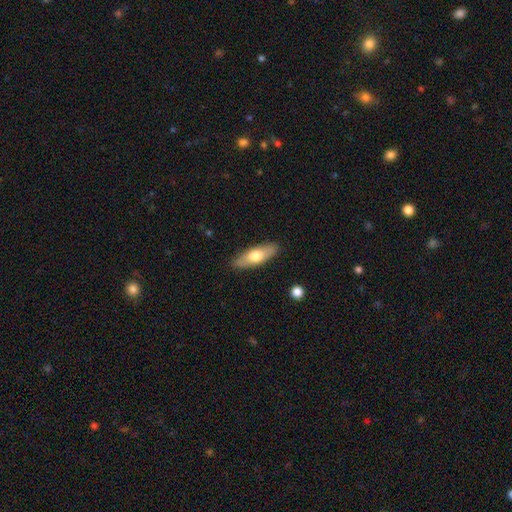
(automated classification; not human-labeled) Smooth or featured? smooth (62%)
How rounded? in between (54%)
Merging? none (88%)